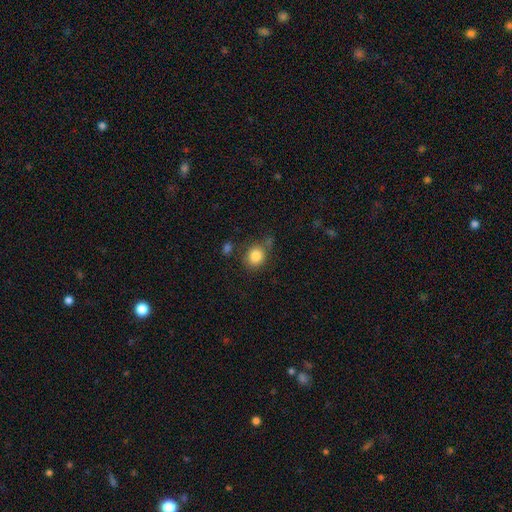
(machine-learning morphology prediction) The model was most divided on "how rounded": round: 72%, in between: 27%, cigar-shaped: 1%. More confident: smooth or featured — smooth (84%); merging — none (69%).